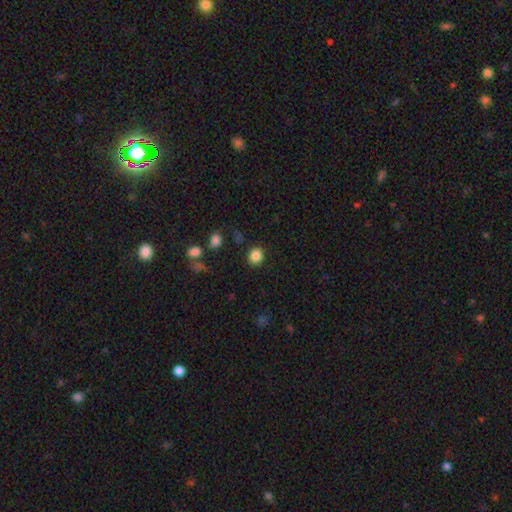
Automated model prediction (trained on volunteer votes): Smooth or featured: smooth — 85% (star or artifact — 11%)
How rounded: round — 78% (in between — 21%)
Merging: none — 88% (minor disturbance — 7%)